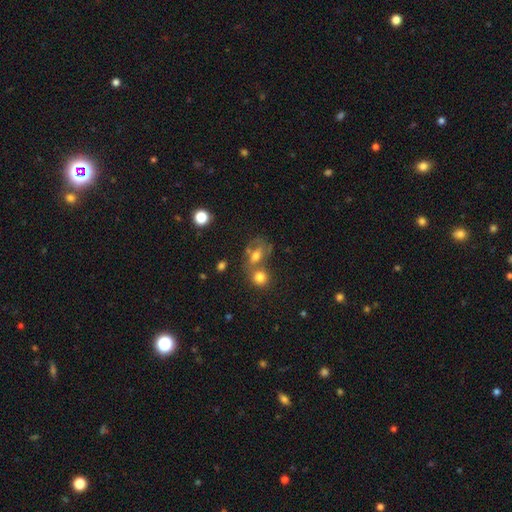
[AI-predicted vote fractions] Smooth or featured?
  - smooth: 57% *
  - featured or disk: 29%
  - star or artifact: 14%
How rounded?
  - in between: 62% *
  - round: 35%
  - cigar-shaped: 3%
Merging?
  - merger: 44% *
  - none: 31%
  - minor disturbance: 14%
  - major disturbance: 11%